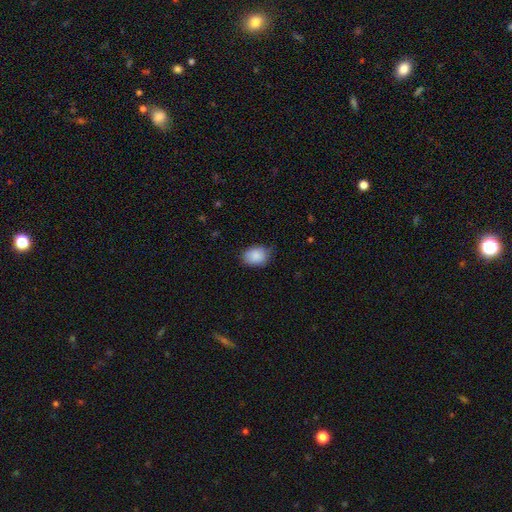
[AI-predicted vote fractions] This is clearly a smooth galaxy (88%). How rounded: likely in between (61%). Merging: likely none (72%).